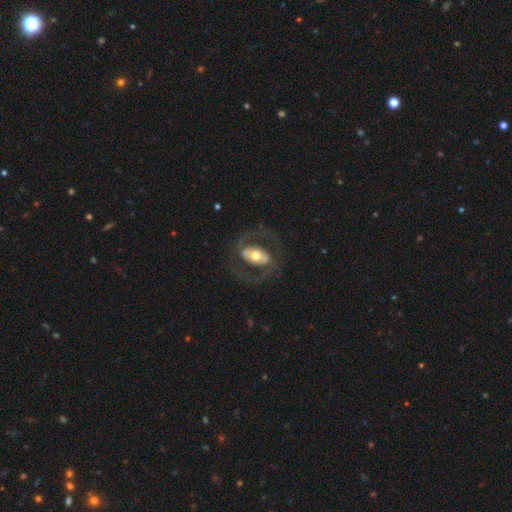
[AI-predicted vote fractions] A featured or disk galaxy (73%) with a strong bar (37%), spiral arms (62%) and a moderate central bulge (65%).

Vote fractions:
- Smooth or featured? featured or disk: 73% / smooth: 21% / star or artifact: 5%
- Edge-on disk? no: 94% / yes: 6%
- Bar? strong: 37% / no: 36% / weak: 27%
- Spiral arms? yes: 62% / no: 38%
- Bulge size? moderate: 65% / large: 18% / small: 14% / dominant: 2% / none: 1%
- Merging? none: 71% / major disturbance: 15% / minor disturbance: 12% / merger: 1%